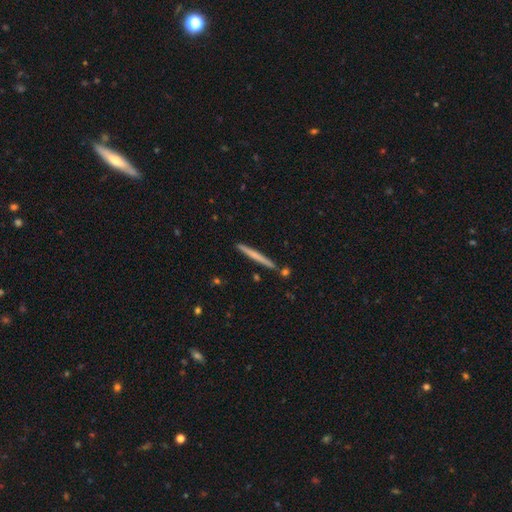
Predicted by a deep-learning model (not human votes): A smooth galaxy with no disk features (56%) that is cigar-shaped (97%). Merging: none (90%).